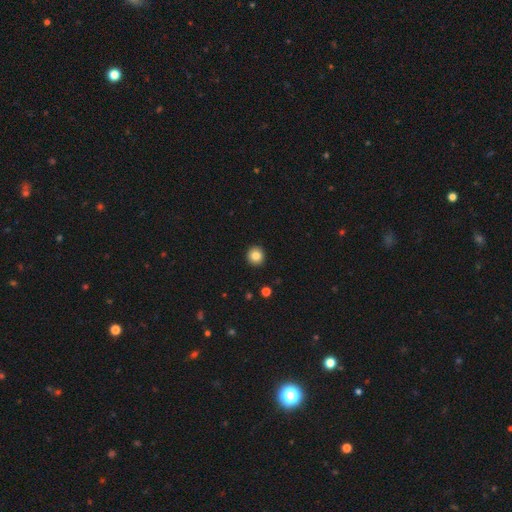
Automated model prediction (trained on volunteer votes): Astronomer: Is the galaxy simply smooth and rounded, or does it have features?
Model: smooth — 85%.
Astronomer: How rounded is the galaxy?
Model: round — 94%.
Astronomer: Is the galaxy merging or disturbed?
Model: none — 93%.